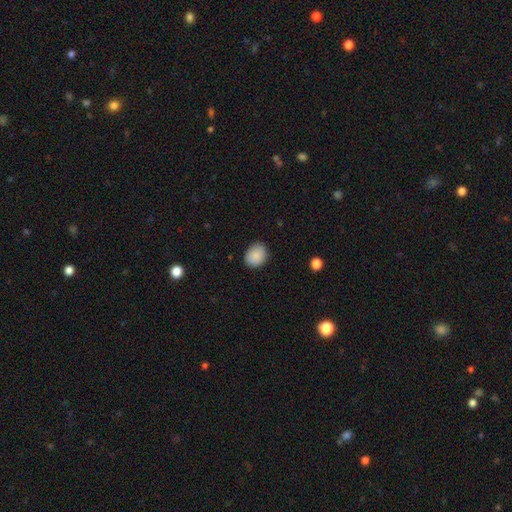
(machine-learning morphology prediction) A smooth galaxy with no disk features (86%) that is round (60%). Merging: none (84%).